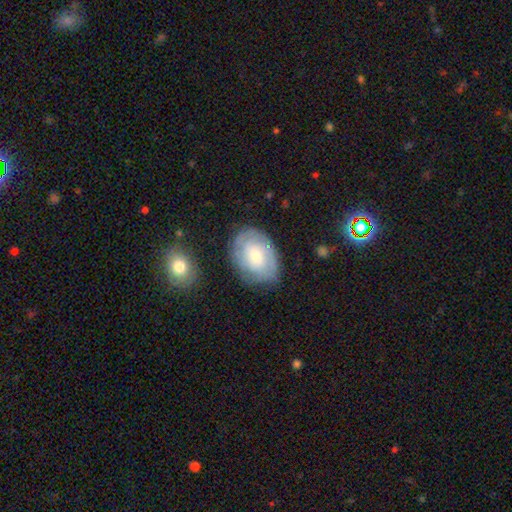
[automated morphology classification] A featured or disk galaxy (53%) with no bar (72%), spiral arms (72%) and a small central bulge (52%).

Vote fractions:
- Smooth or featured? featured or disk: 53% / smooth: 40% / star or artifact: 7%
- Edge-on disk? no: 96% / yes: 4%
- Bar? no: 72% / weak: 24% / strong: 4%
- Spiral arms? yes: 72% / no: 28%
- Bulge size? small: 52% / moderate: 41% / large: 4% / none: 2% / dominant: 1%
- Merging? none: 75% / minor disturbance: 17% / major disturbance: 5% / merger: 2%